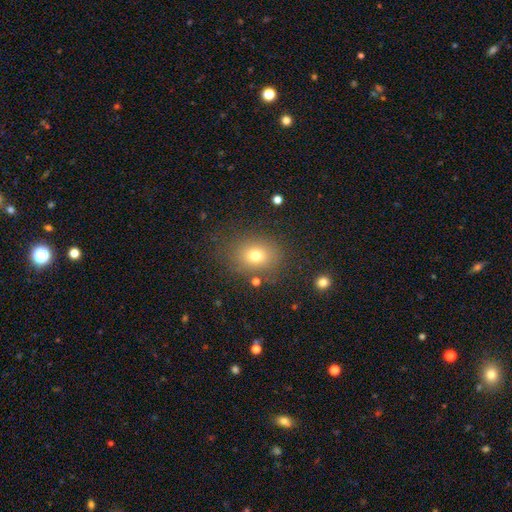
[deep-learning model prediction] Smooth or featured? Predicted: smooth (p=0.74). How rounded? Predicted: round (p=0.51). Merging? Predicted: none (p=0.80).